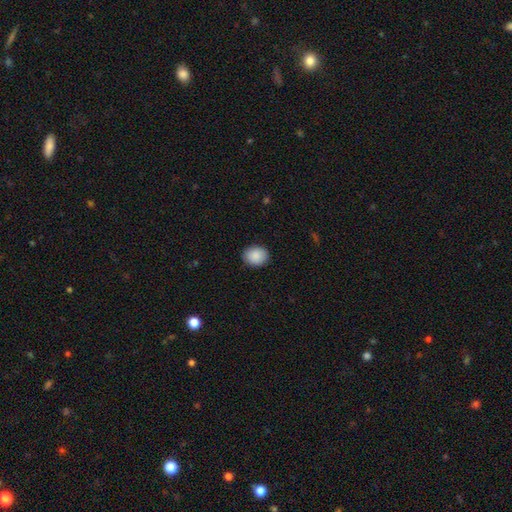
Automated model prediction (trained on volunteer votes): A smooth galaxy with no disk features (89%) that is round (58%). Merging: none (89%).